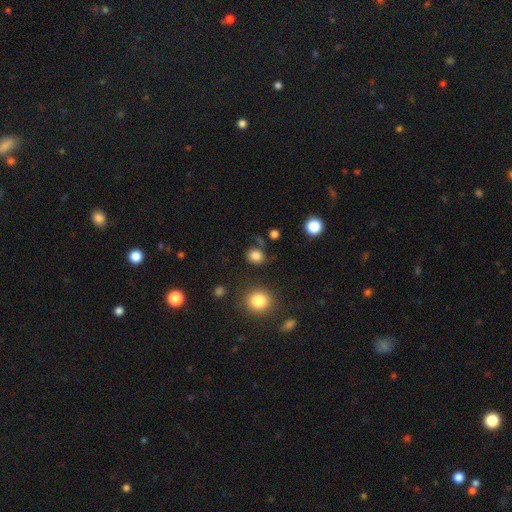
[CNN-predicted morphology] This appears to be a smooth galaxy with no disk features (83%) that is round (69%). Merging: none (80%).